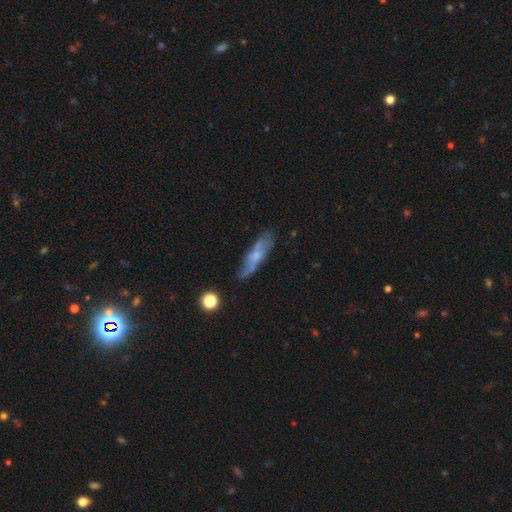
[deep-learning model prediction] This appears to be a smooth galaxy with no disk features (46%). Merging: none (67%).